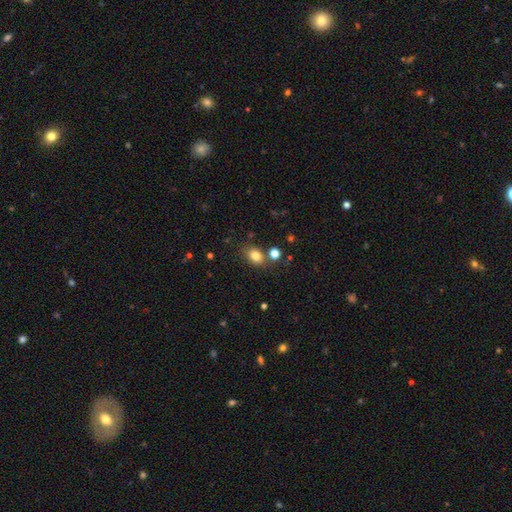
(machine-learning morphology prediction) Q: Smooth or featured?
A: smooth (81%); runner-up: star or artifact (12%)
Q: How rounded?
A: in between (67%); runner-up: round (32%)
Q: Merging?
A: none (74%); runner-up: minor disturbance (12%)